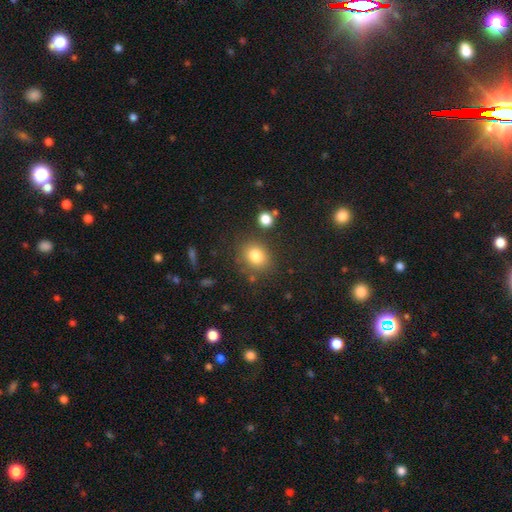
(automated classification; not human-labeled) A smooth galaxy with no disk features (81%) that is round (61%). Merging: none (78%).